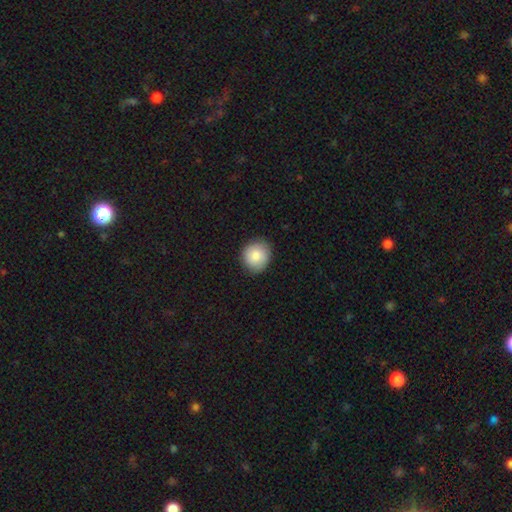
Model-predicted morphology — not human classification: type=smooth (85%); roundness=round (85%); merging=none (86%).